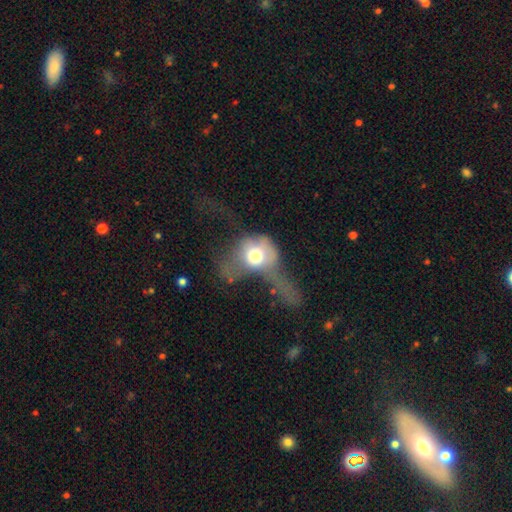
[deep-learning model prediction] The model was most divided on "how rounded": round: 54%, in between: 43%, cigar-shaped: 3%. More confident: merging — major disturbance (64%); smooth or featured — smooth (57%).